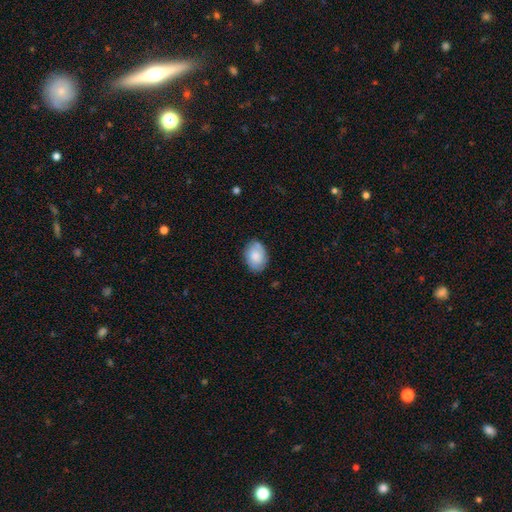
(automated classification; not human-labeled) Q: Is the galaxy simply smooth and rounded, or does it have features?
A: smooth — 73%.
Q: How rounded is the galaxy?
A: in between — 78%.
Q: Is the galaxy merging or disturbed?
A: none — 78%.